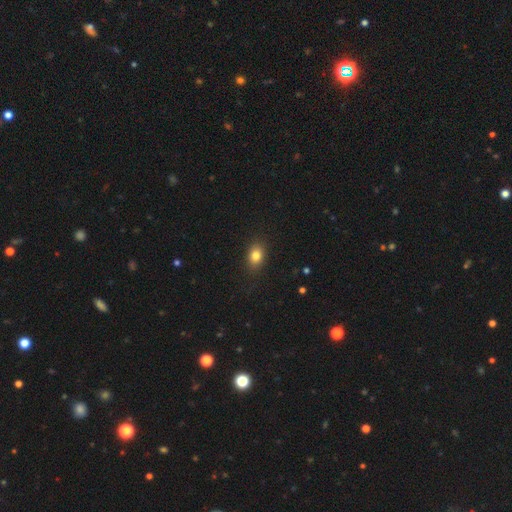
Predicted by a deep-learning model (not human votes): smooth 82%, star or artifact 11%, featured or disk 8%. Down the decision tree: how rounded — in between (70%); merging — none (87%).